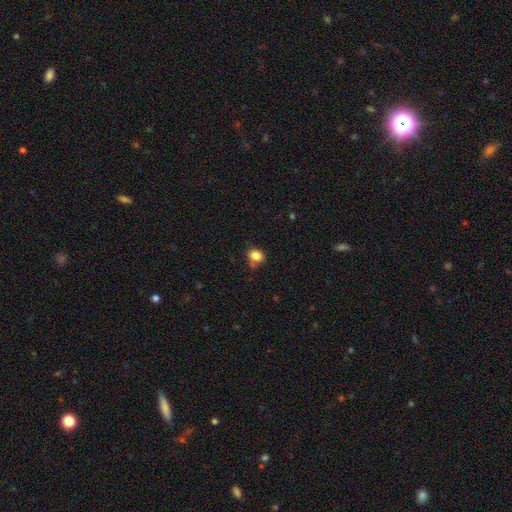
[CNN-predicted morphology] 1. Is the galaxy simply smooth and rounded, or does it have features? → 84% smooth, 11% star or artifact, 5% featured or disk.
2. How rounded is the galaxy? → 57% round, 42% in between, 1% cigar-shaped.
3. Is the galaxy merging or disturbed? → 66% none, 22% minor disturbance, 6% merger, 5% major disturbance.